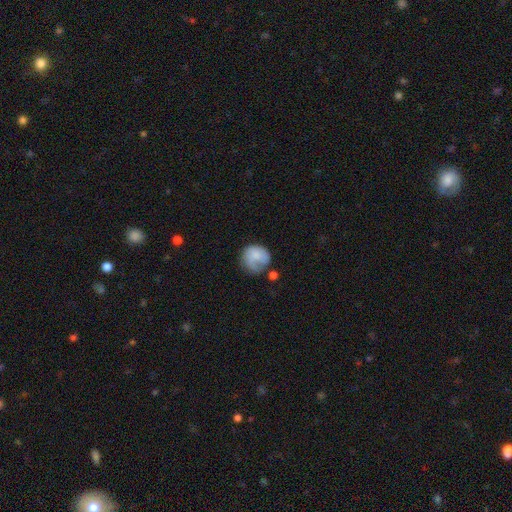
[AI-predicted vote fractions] The model was most divided on "merging": none: 43%, minor disturbance: 27%, major disturbance: 23%, merger: 7%. More confident: how rounded — round (80%); smooth or featured — smooth (66%).